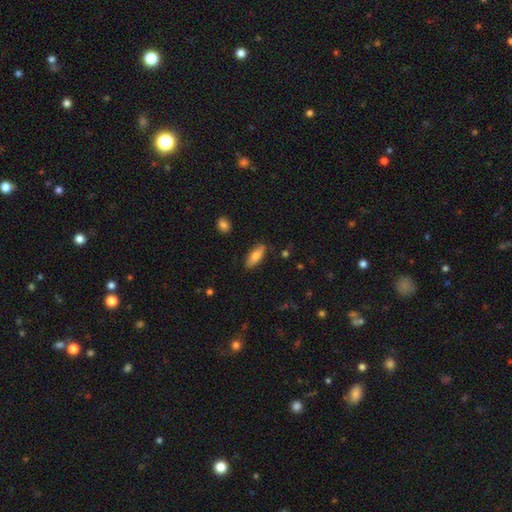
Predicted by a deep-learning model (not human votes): A smooth galaxy with no disk features (76%) that is in between round and cigar-shaped (65%).

Vote fractions:
- Smooth or featured? smooth: 76% / featured or disk: 18% / star or artifact: 6%
- How rounded? in between: 65% / cigar-shaped: 33% / round: 2%
- Merging? none: 84% / minor disturbance: 12% / major disturbance: 2% / merger: 2%